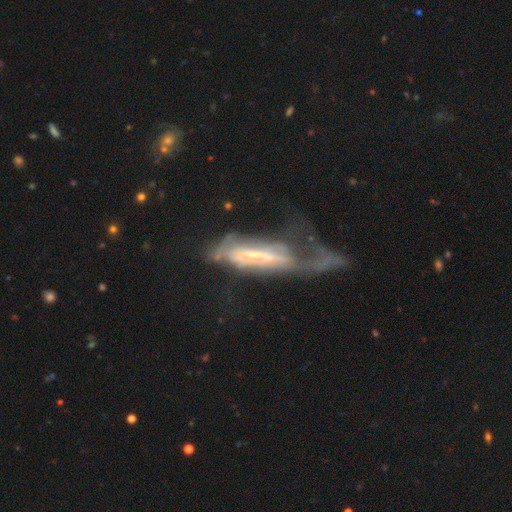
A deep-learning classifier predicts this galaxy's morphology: smooth_or_featured: featured or disk (p=0.68) [alt: smooth p=0.23]
disk_edge_on: no (p=0.71) [alt: yes p=0.29]
merging: major disturbance (p=0.59) [alt: none p=0.16]